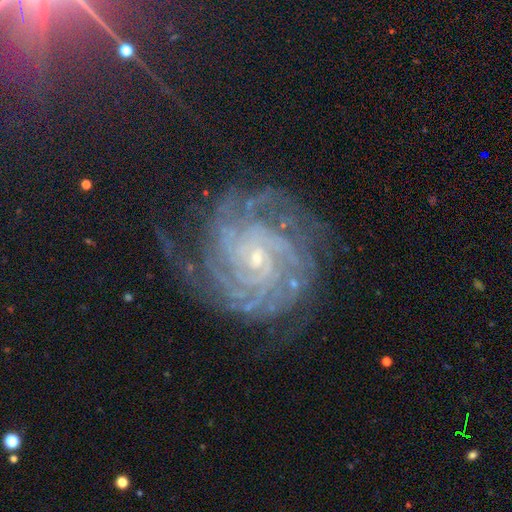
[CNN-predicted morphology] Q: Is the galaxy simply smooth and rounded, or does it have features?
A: featured or disk — 88%.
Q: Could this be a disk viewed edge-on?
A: no — 97%.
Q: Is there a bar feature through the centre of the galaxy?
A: no — 68%.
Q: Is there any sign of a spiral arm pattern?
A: yes — 98%.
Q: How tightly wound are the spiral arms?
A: tight — 78%.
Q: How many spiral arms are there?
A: can't tell — 23%.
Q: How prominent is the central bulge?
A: small — 81%.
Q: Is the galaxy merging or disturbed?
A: none — 74%.